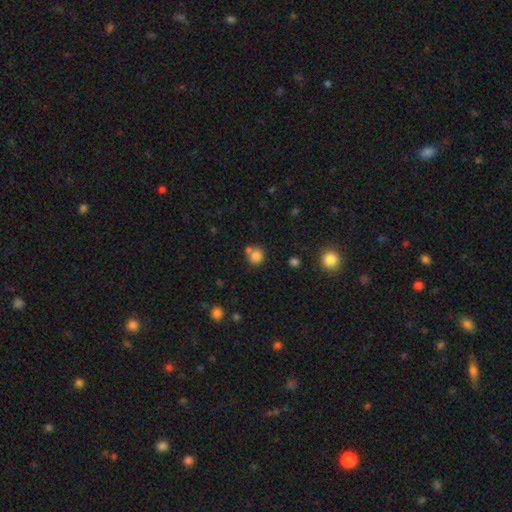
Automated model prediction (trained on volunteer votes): Smooth or featured: smooth — 81% (star or artifact — 12%)
How rounded: round — 85% (in between — 14%)
Merging: none — 58% (merger — 28%)